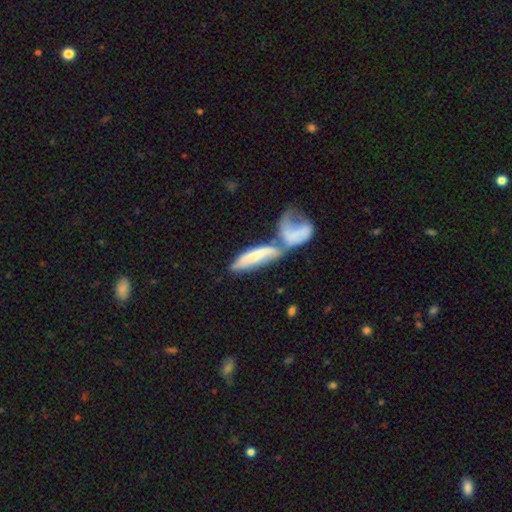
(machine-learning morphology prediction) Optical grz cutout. It shows a smooth galaxy with no disk features (50%) that is in between round and cigar-shaped (53%). Merging: merger (65%).